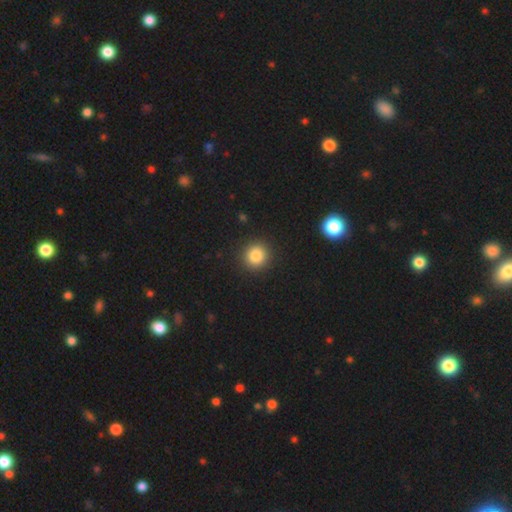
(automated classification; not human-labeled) Morphology: type=smooth (84%); roundness=round (93%); merging=none (92%).